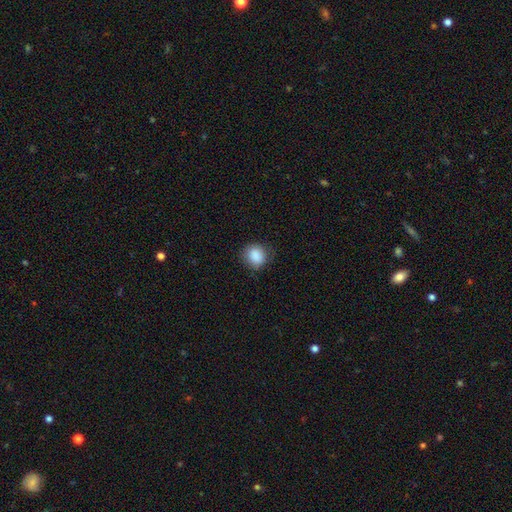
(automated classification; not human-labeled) Smooth or featured: smooth — 88% (star or artifact — 8%)
How rounded: round — 78% (in between — 21%)
Merging: none — 77% (minor disturbance — 18%)